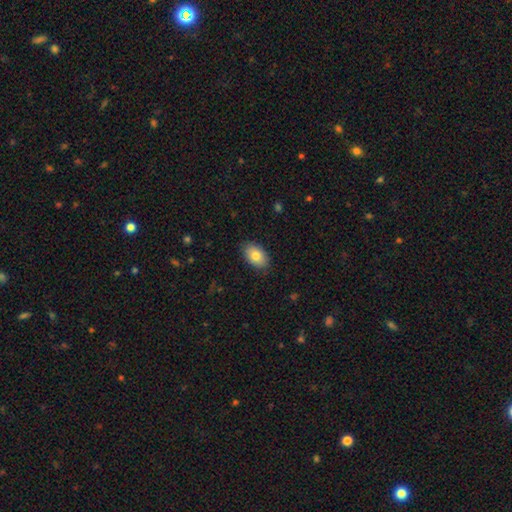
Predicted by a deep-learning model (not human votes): The model was most divided on "smooth or featured": smooth: 81%, featured or disk: 12%, star or artifact: 7%. More confident: how rounded — in between (91%); merging — none (86%).